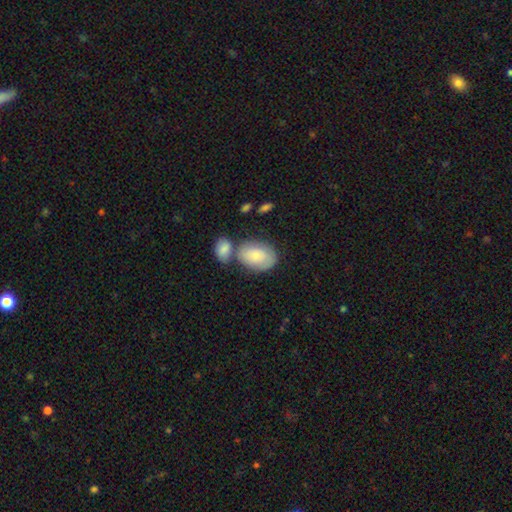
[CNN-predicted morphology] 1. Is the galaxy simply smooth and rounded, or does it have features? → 76% smooth, 18% featured or disk, 6% star or artifact.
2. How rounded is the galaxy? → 84% in between, 15% round, 1% cigar-shaped.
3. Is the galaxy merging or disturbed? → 48% none, 30% merger, 17% minor disturbance, 6% major disturbance.